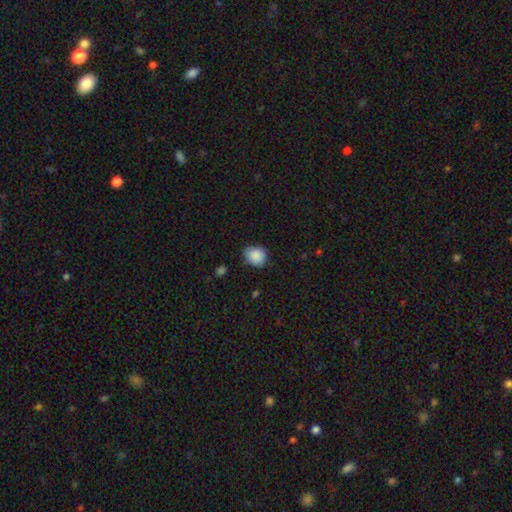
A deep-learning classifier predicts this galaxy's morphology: Smooth or featured? smooth (88%)
How rounded? round (62%)
Merging? none (71%)